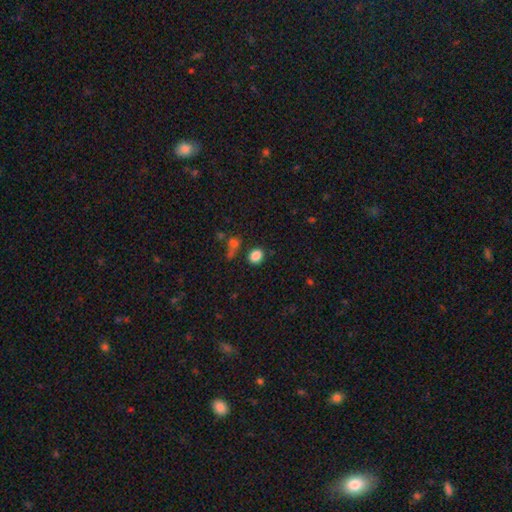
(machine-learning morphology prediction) type=smooth (86%); roundness=round (57%); merging=none (78%).